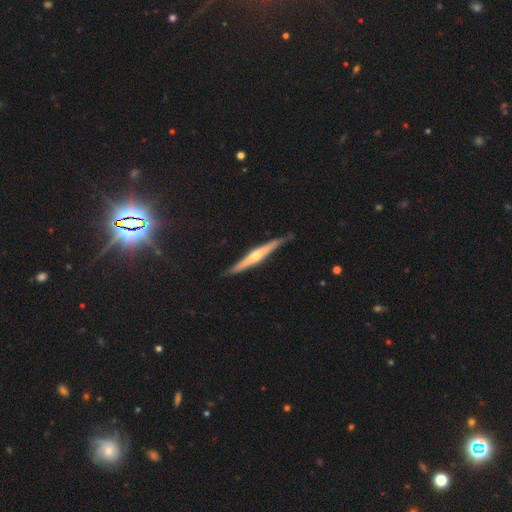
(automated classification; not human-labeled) Overall: featured or disk (69%). Edge-on disk: yes (97%). Edge-on bulge: rounded (83%). Merging: none (84%).